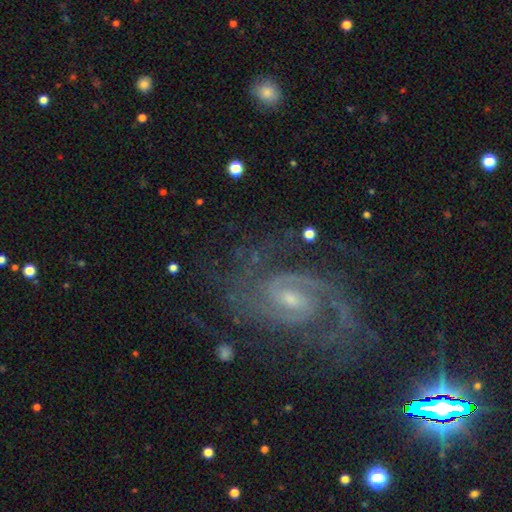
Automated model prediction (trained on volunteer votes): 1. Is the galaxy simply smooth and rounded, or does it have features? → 90% featured or disk, 6% star or artifact, 3% smooth.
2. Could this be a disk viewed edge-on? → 98% no, 2% yes.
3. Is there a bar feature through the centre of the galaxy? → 54% weak, 31% no, 15% strong.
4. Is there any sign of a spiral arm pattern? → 98% yes, 2% no.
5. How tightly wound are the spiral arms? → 48% medium, 44% tight, 9% loose.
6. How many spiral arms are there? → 78% 2, 7% 3, 6% can't tell, 3% 1, 3% 4, 3% more than 4.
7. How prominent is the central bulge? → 59% small, 35% moderate, 4% none, 2% large, 1% dominant.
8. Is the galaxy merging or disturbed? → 71% none, 16% minor disturbance, 10% major disturbance, 2% merger.